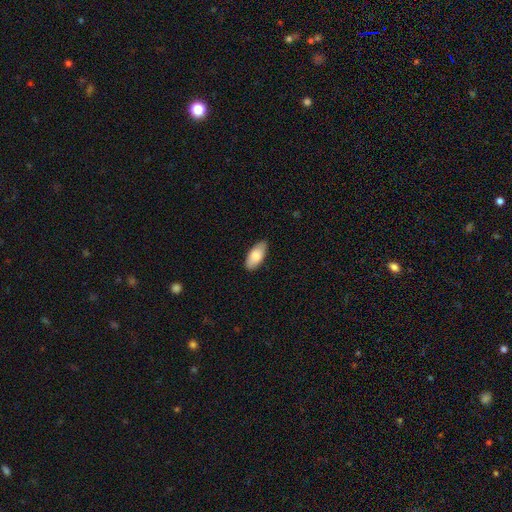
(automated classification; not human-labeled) smooth-or-featured: smooth: 81% | featured or disk: 13% | star or artifact: 6%
  how-rounded: in between: 91% | cigar-shaped: 7% | round: 2%
  merging: none: 85% | minor disturbance: 12% | major disturbance: 2% | merger: 1%